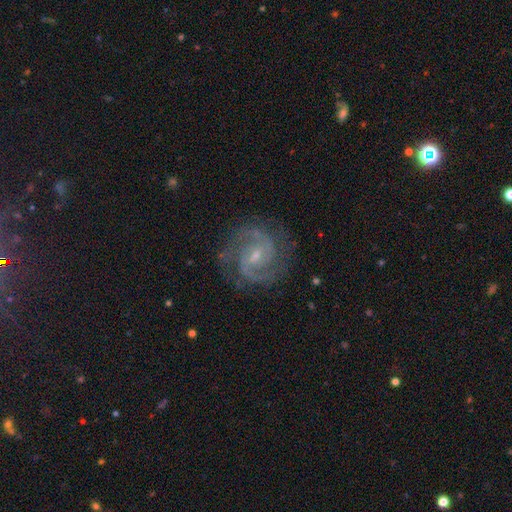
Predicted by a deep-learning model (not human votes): Smooth or featured?
  - featured or disk: 91% *
  - star or artifact: 5%
  - smooth: 4%
Edge-on disk?
  - no: 98% *
  - yes: 2%
Bar?
  - weak: 54% *
  - no: 29%
  - strong: 18%
Spiral arms?
  - yes: 98% *
  - no: 2%
Spiral winding?
  - medium: 51% *
  - tight: 42%
  - loose: 7%
Spiral arm count?
  - 2: 81% *
  - 3: 9%
  - can't tell: 4%
  - 4: 2%
  - 1: 2%
  - more than 4: 2%
Bulge size?
  - small: 68% *
  - moderate: 26%
  - none: 4%
  - large: 1%
  - dominant: 1%
Merging?
  - none: 79% *
  - minor disturbance: 14%
  - major disturbance: 6%
  - merger: 1%